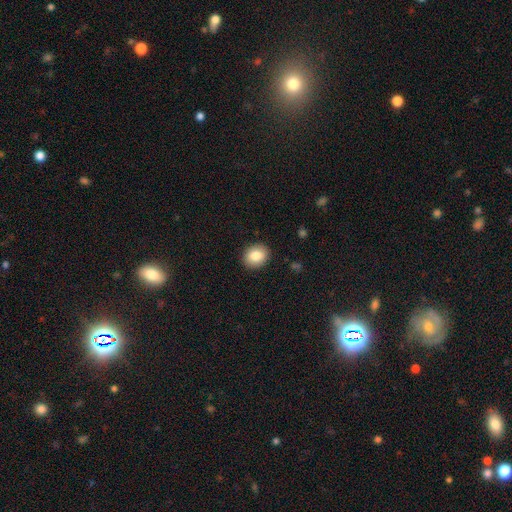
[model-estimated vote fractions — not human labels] This is clearly a smooth galaxy (84%). How rounded: possibly round (52%). Merging: clearly none (90%).